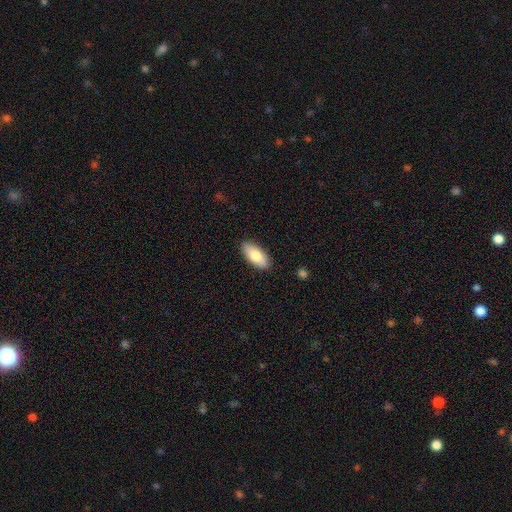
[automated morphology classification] A smooth galaxy with no disk features (81%) that is in between round and cigar-shaped (90%).

Vote fractions:
- Smooth or featured? smooth: 81% / featured or disk: 13% / star or artifact: 6%
- How rounded? in between: 90% / cigar-shaped: 8% / round: 2%
- Merging? none: 89% / minor disturbance: 8% / major disturbance: 2% / merger: 1%